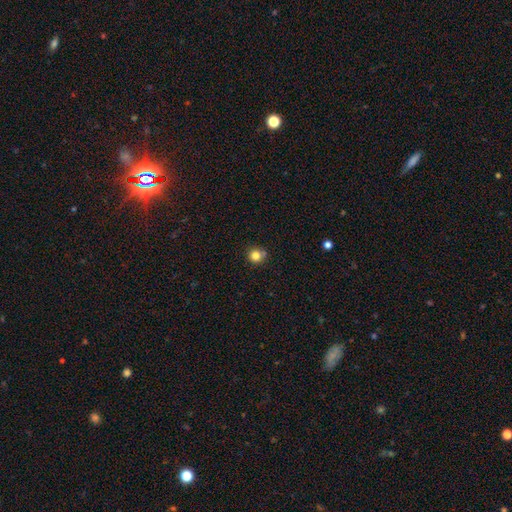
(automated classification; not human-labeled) Morphology: type=smooth (81%); roundness=round (93%); merging=none (74%).